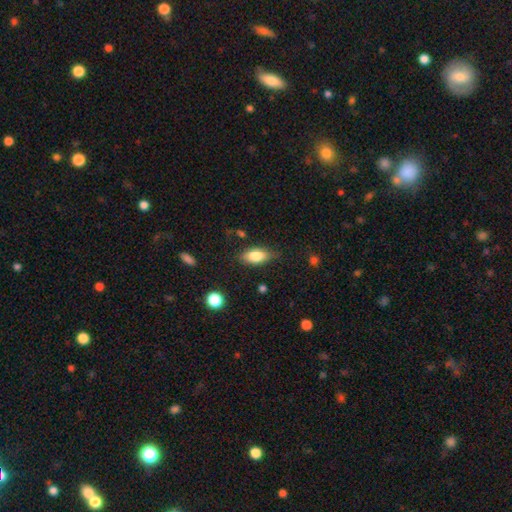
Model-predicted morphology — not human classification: Overall: smooth (78%). How rounded: in between (86%). Merging: none (78%).